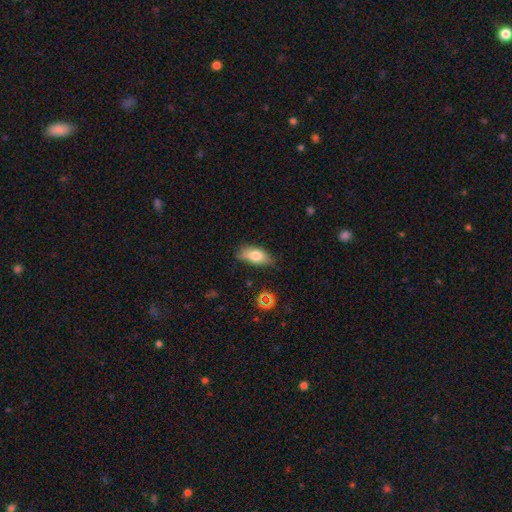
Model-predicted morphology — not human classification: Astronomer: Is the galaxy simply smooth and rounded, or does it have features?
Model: smooth — 73%.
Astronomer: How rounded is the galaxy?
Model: in between — 83%.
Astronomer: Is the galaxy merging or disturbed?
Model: none — 70%.